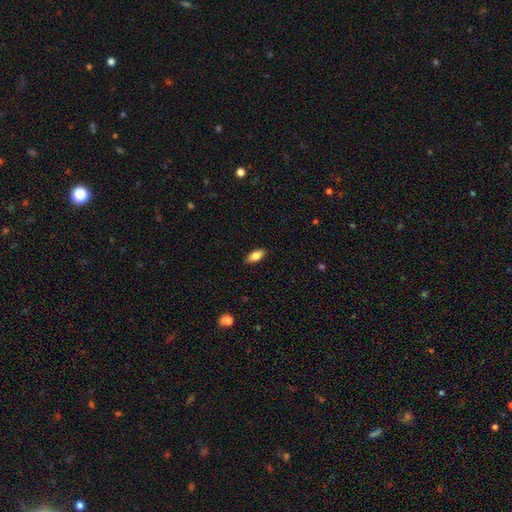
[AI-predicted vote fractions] This is clearly a smooth galaxy (80%). How rounded: clearly in between (86%). Merging: clearly none (88%).